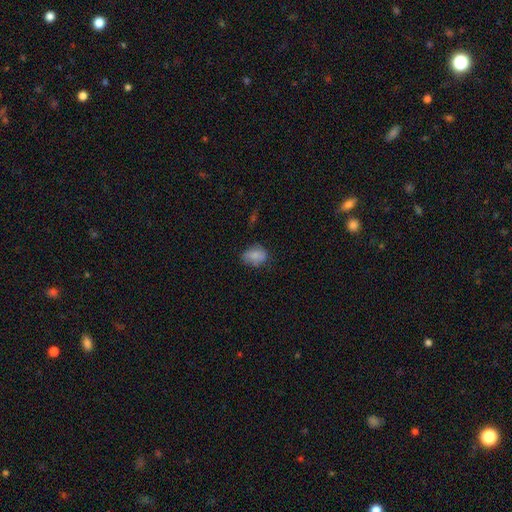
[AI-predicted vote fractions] The model was most divided on "merging": none: 64%, minor disturbance: 27%, major disturbance: 7%, merger: 2%. More confident: smooth or featured — smooth (81%); how rounded — in between (70%).